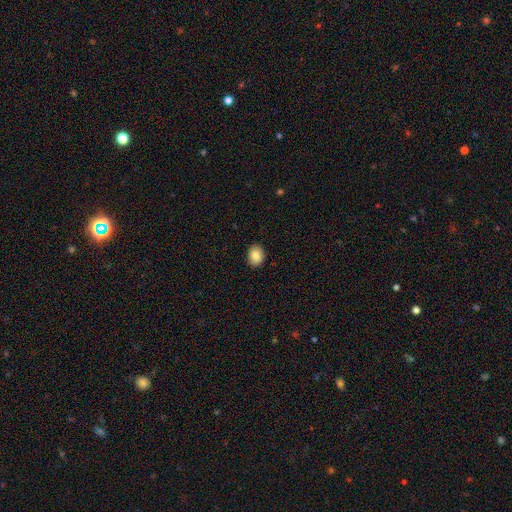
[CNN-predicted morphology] smooth-or-featured: smooth: 87% | star or artifact: 8% | featured or disk: 5%
  how-rounded: in between: 52% | round: 47% | cigar-shaped: 1%
  merging: none: 89% | minor disturbance: 8% | major disturbance: 2% | merger: 1%